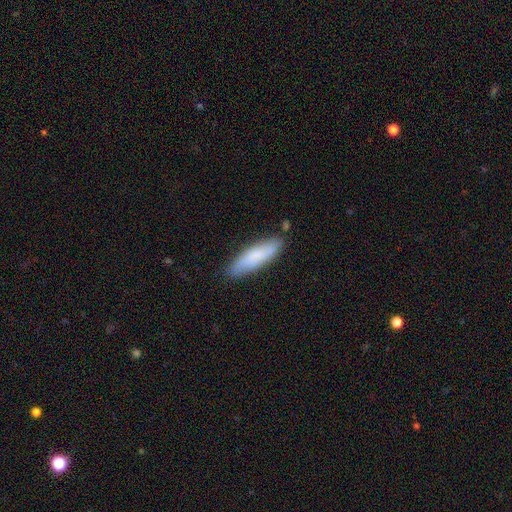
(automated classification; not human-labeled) Overall: smooth (74%). How rounded: cigar-shaped (65%; in between 34%). Merging: none (81%).